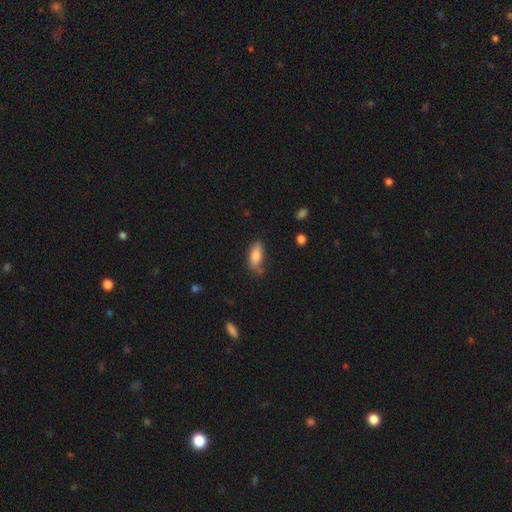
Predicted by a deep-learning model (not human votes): Q: Smooth or featured?
A: smooth (82%); runner-up: featured or disk (10%)
Q: How rounded?
A: in between (81%); runner-up: cigar-shaped (16%)
Q: Merging?
A: none (66%); runner-up: minor disturbance (24%)